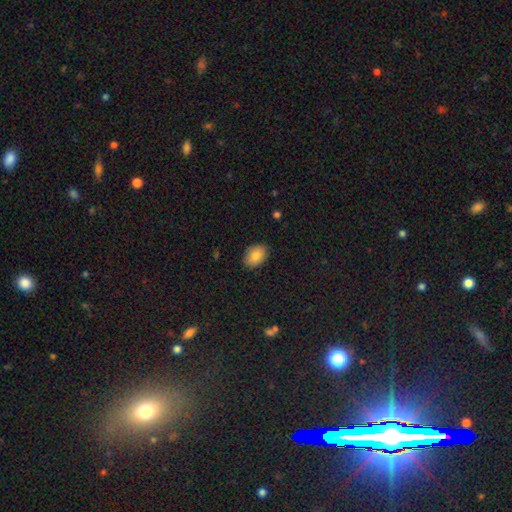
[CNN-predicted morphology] smooth-or-featured: smooth: 85% | featured or disk: 8% | star or artifact: 8%
  how-rounded: in between: 83% | round: 15% | cigar-shaped: 1%
  merging: none: 85% | minor disturbance: 11% | major disturbance: 2% | merger: 1%